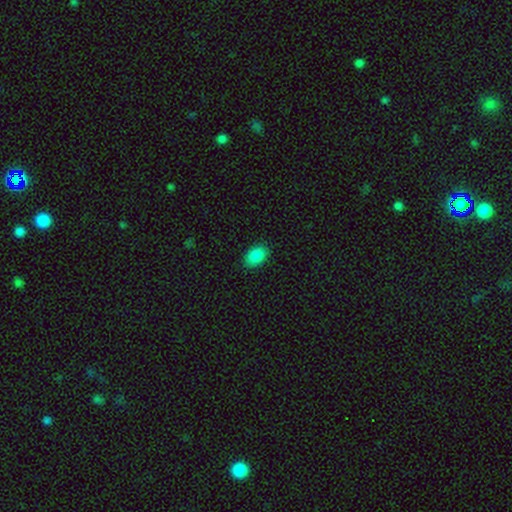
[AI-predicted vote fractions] A smooth galaxy with no disk features (87%) that is in between round and cigar-shaped (85%).

Vote fractions:
- Smooth or featured? smooth: 87% / star or artifact: 8% / featured or disk: 5%
- How rounded? in between: 85% / round: 14% / cigar-shaped: 1%
- Merging? none: 88% / minor disturbance: 9% / major disturbance: 2% / merger: 1%